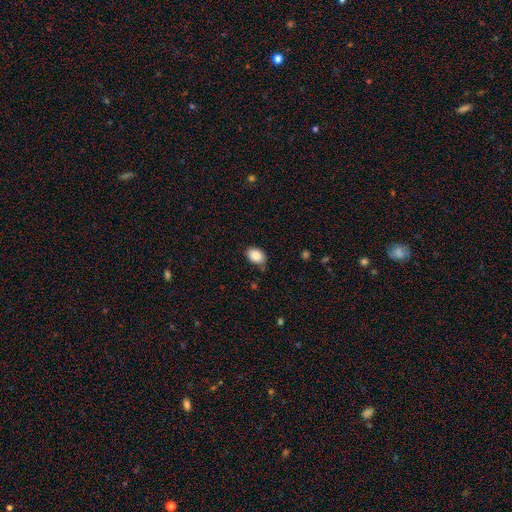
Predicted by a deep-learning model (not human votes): smooth_or_featured: smooth (p=0.87) [alt: star or artifact p=0.08]
how_rounded: in between (p=0.80) [alt: round p=0.19]
merging: none (p=0.77) [alt: minor disturbance p=0.18]